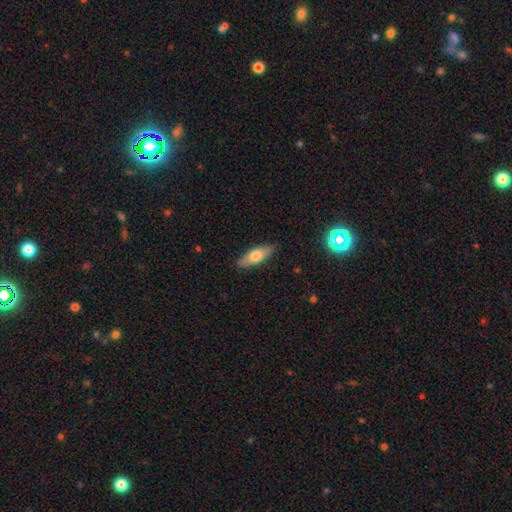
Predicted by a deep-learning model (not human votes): This appears to be a smooth galaxy with no disk features (66%) that is in between round and cigar-shaped (67%). Merging: none (86%).